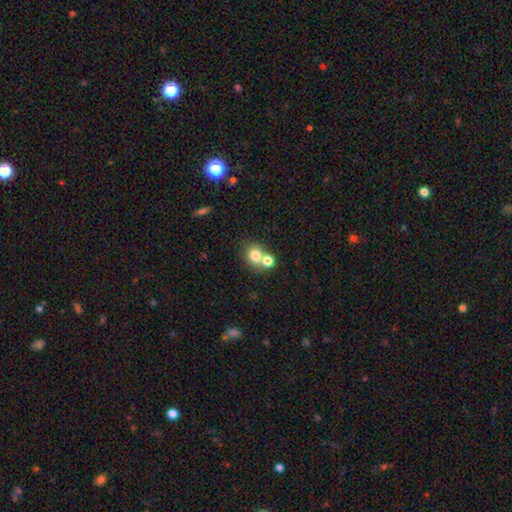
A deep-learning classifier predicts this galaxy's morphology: Q: Smooth or featured?
A: smooth (76%); runner-up: featured or disk (12%)
Q: How rounded?
A: round (76%); runner-up: in between (23%)
Q: Merging?
A: merger (47%); runner-up: none (43%)